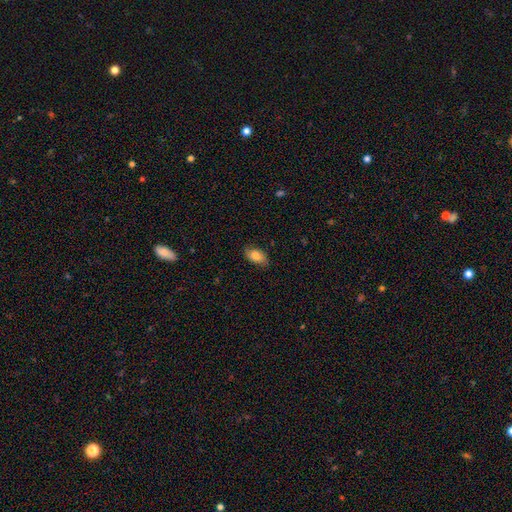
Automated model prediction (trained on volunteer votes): Q: Smooth or featured?
A: smooth (83%); runner-up: featured or disk (9%)
Q: How rounded?
A: in between (92%); runner-up: round (6%)
Q: Merging?
A: none (83%); runner-up: minor disturbance (13%)